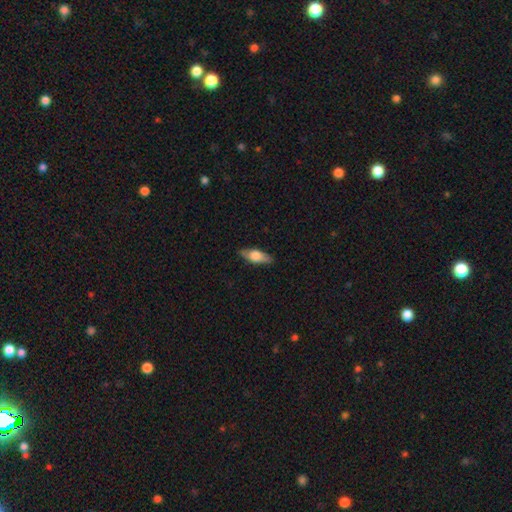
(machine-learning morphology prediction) Q: Smooth or featured?
A: smooth (58%); runner-up: featured or disk (35%)
Q: How rounded?
A: in between (70%); runner-up: cigar-shaped (27%)
Q: Merging?
A: none (85%); runner-up: minor disturbance (12%)